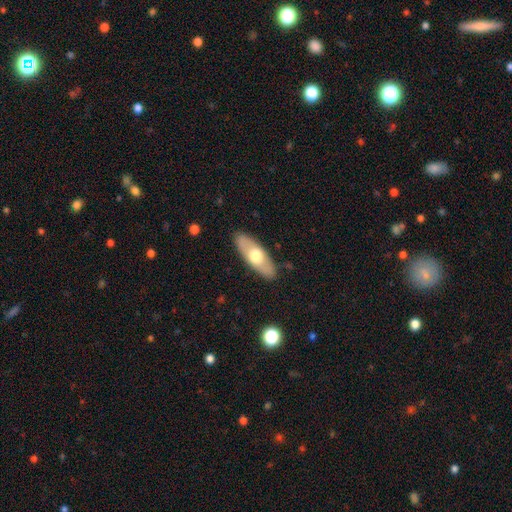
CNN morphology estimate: Overall: smooth (57%; featured or disk 38%). How rounded: in between (69%). Merging: none (88%).